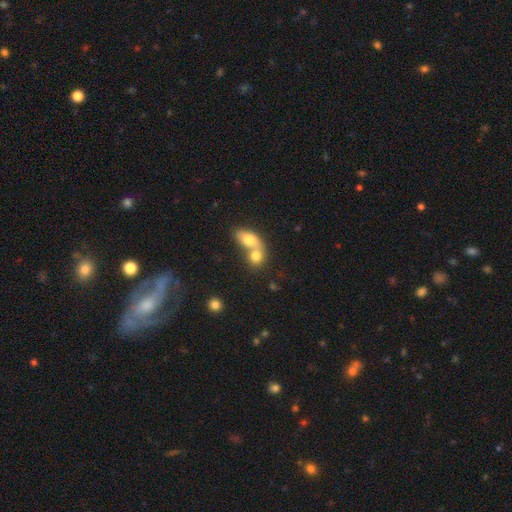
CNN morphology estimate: Smooth or featured? smooth (75%)
How rounded? in between (53%)
Merging? merger (72%)